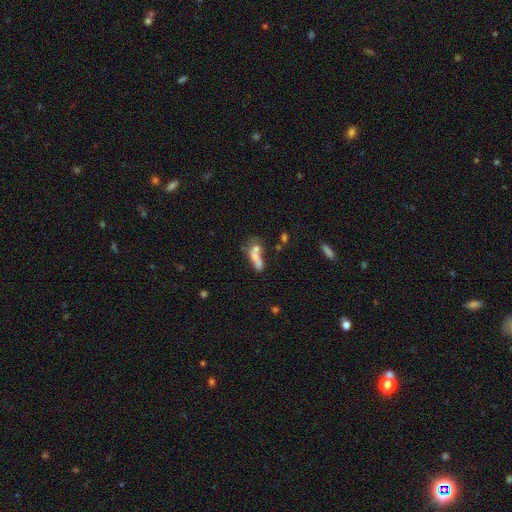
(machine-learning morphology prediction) type=smooth (57%); roundness=in between (53%); merging=merger (48%).